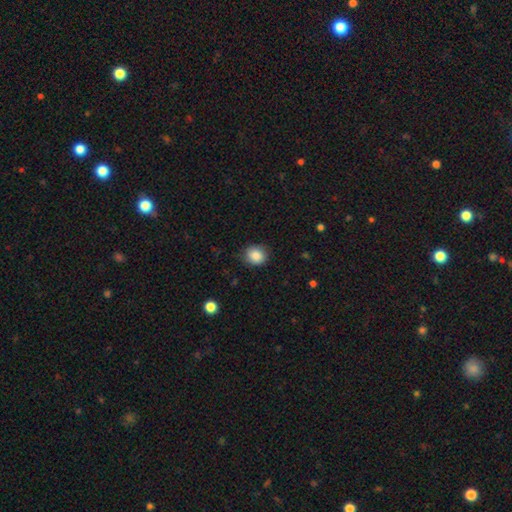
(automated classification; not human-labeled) smooth 86%, star or artifact 9%, featured or disk 5%. Down the decision tree: how rounded — round (73%); merging — none (82%).